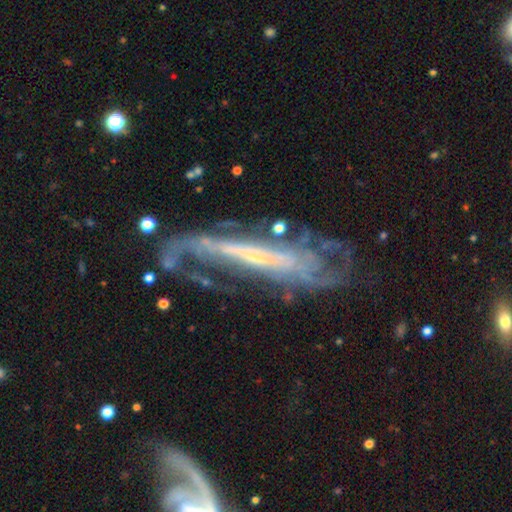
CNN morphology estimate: type=featured or disk (82%); edge-on=no (63%); bar=strong (40%); spiral arms=yes (86%); bulge=small (60%); merging=none (51%).